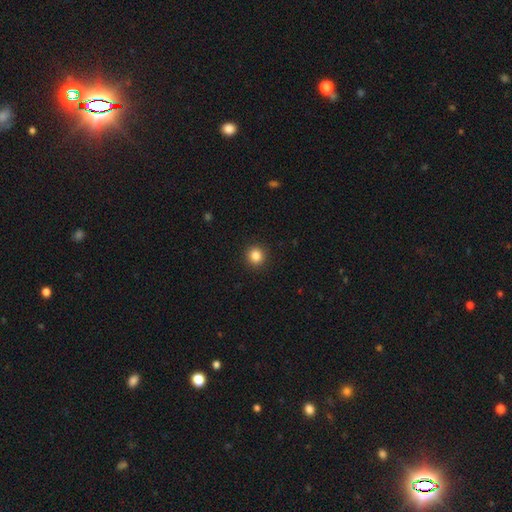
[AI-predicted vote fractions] This appears to be a smooth galaxy with no disk features (85%) that is round (91%). Merging: none (92%).